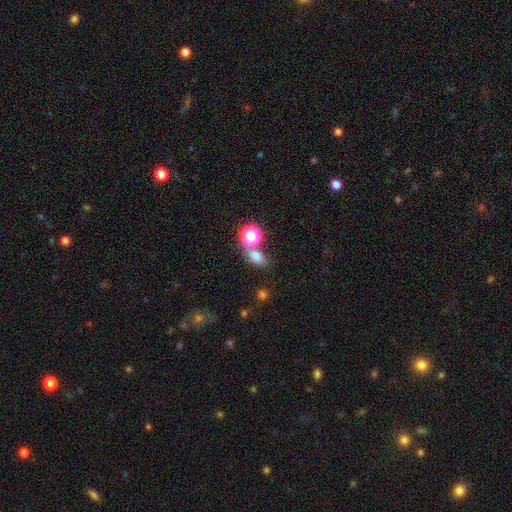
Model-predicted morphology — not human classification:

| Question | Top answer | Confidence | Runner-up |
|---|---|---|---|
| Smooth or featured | smooth | 71% | star or artifact (21%) |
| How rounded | in between | 69% | round (29%) |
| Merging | none | 59% | merger (25%) |